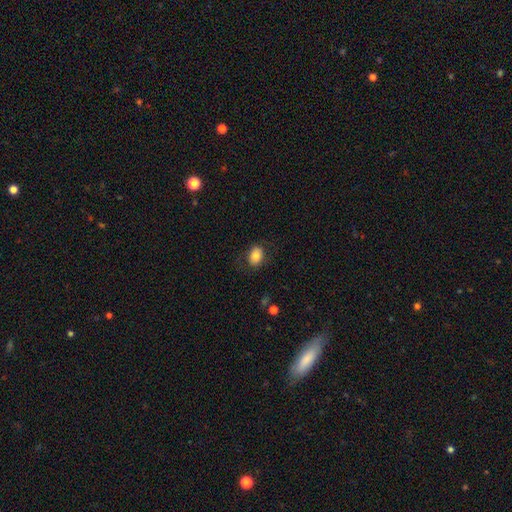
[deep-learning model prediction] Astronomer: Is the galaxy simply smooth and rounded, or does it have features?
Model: smooth — 82%.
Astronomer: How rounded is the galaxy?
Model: in between — 70%.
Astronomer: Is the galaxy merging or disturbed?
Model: none — 79%.